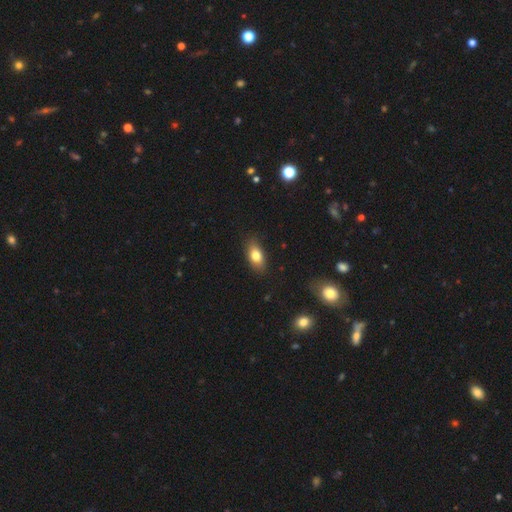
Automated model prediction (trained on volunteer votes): This appears to be a smooth galaxy with no disk features (79%) that is in between round and cigar-shaped (86%). Merging: none (85%).